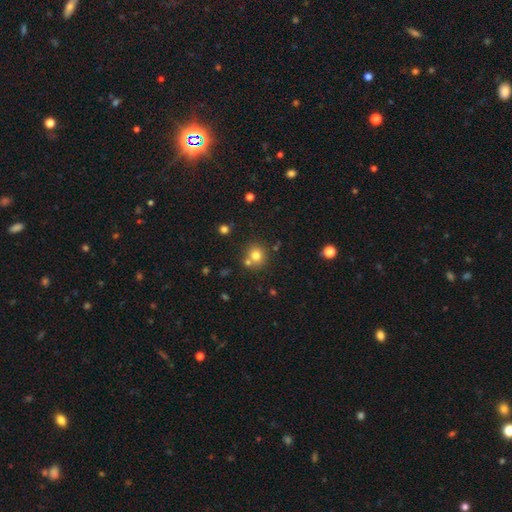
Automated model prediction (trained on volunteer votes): Smooth or featured?
  - smooth: 75% *
  - star or artifact: 15%
  - featured or disk: 10%
How rounded?
  - round: 88% *
  - in between: 11%
  - cigar-shaped: 1%
Merging?
  - none: 68% *
  - merger: 21%
  - minor disturbance: 9%
  - major disturbance: 3%